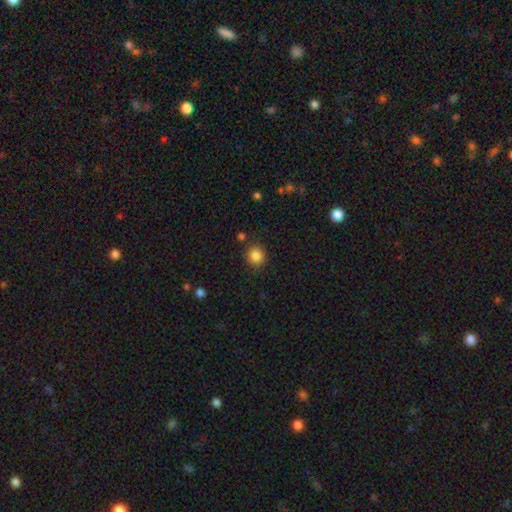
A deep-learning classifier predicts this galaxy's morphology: This is clearly a smooth galaxy (86%). How rounded: clearly round (87%). Merging: clearly none (86%).